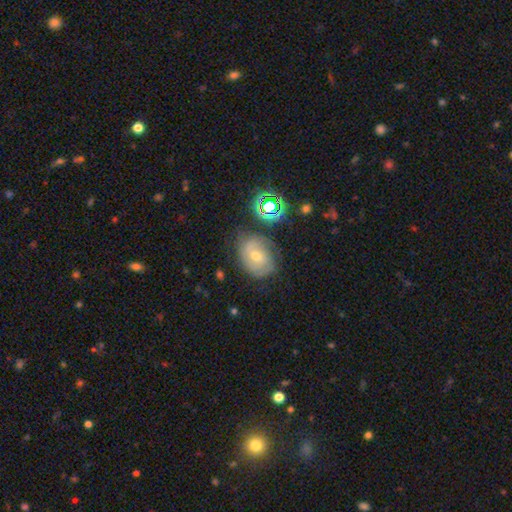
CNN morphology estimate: smooth-or-featured: featured or disk: 58% | smooth: 29% | star or artifact: 13%
  disk-edge-on: no: 96% | yes: 4%
    bar: no: 54% | weak: 37% | strong: 9%
    has-spiral-arms: yes: 83% | no: 17%
    bulge-size: moderate: 52% | small: 44% | large: 2% | none: 1% | dominant: 1%
  merging: none: 64% | minor disturbance: 23% | major disturbance: 8% | merger: 5%